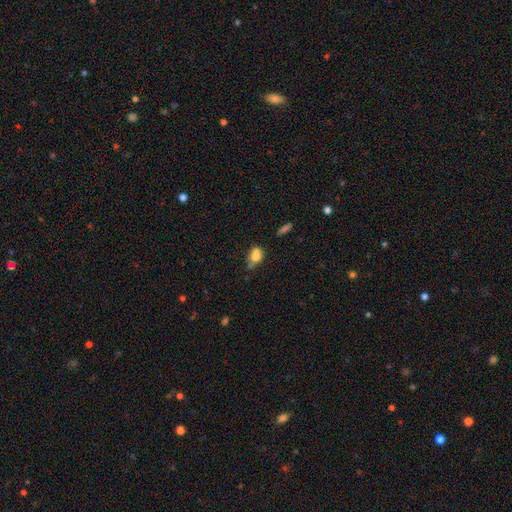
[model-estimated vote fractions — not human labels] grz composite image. It shows a smooth galaxy with no disk features (68%) that is in between round and cigar-shaped (60%). Merging: merger (44%).